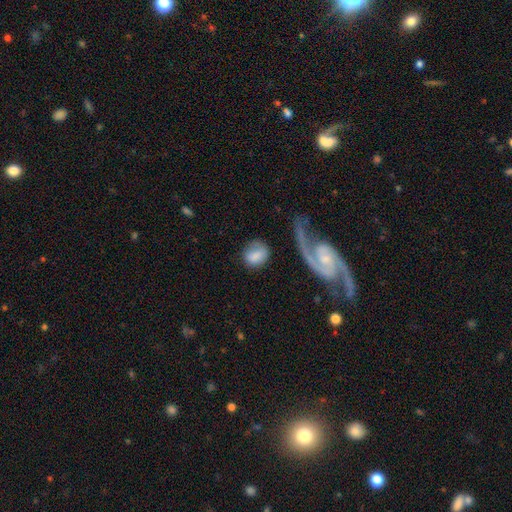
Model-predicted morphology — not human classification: Smooth or featured?
  - smooth: 72% *
  - featured or disk: 21%
  - star or artifact: 7%
How rounded?
  - round: 55% *
  - in between: 42%
  - cigar-shaped: 2%
Merging?
  - none: 62% *
  - minor disturbance: 18%
  - major disturbance: 12%
  - merger: 8%